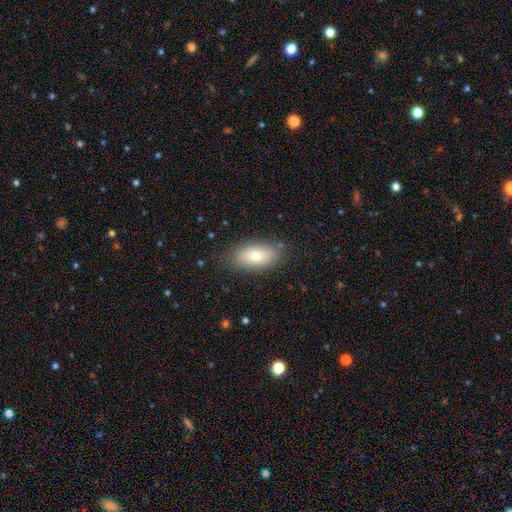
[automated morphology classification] Overall: smooth (76%). How rounded: in between (90%). Merging: none (82%).